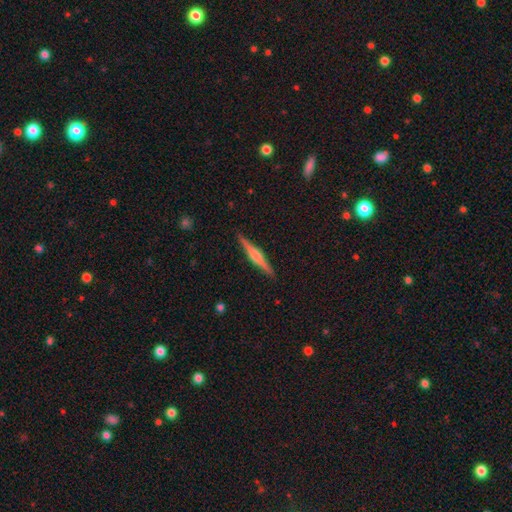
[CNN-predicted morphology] Smooth or featured?
  - featured or disk: 71% *
  - smooth: 24%
  - star or artifact: 6%
Edge-on disk?
  - yes: 98% *
  - no: 2%
Edge-on bulge?
  - rounded: 79% *
  - boxy: 13%
  - none: 8%
Merging?
  - none: 91% *
  - minor disturbance: 6%
  - major disturbance: 1%
  - merger: 1%